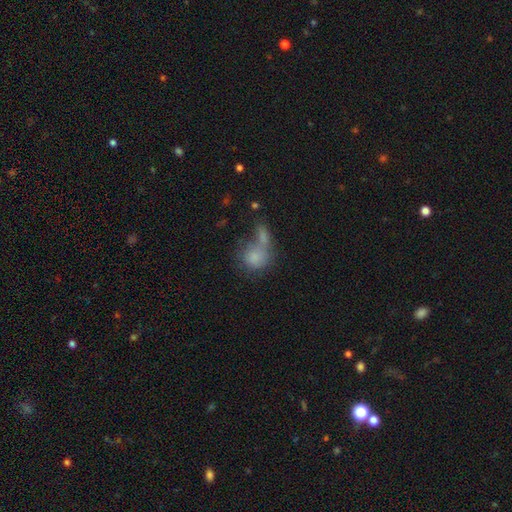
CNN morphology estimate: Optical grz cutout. It shows a smooth galaxy with no disk features (78%) that is round (67%). Merging: merger (48%).